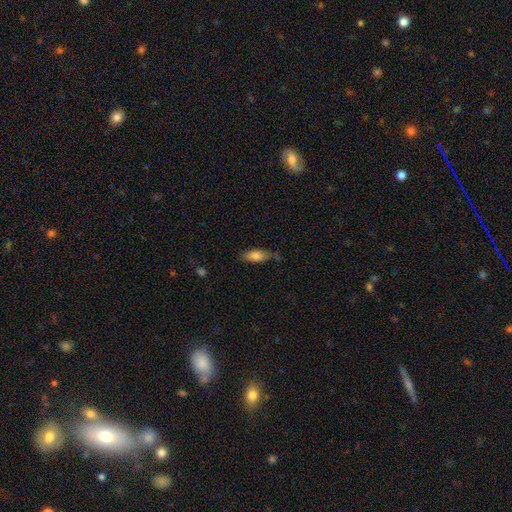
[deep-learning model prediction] Overall: smooth (79%). How rounded: in between (80%). Merging: none (61%; minor disturbance 27%).